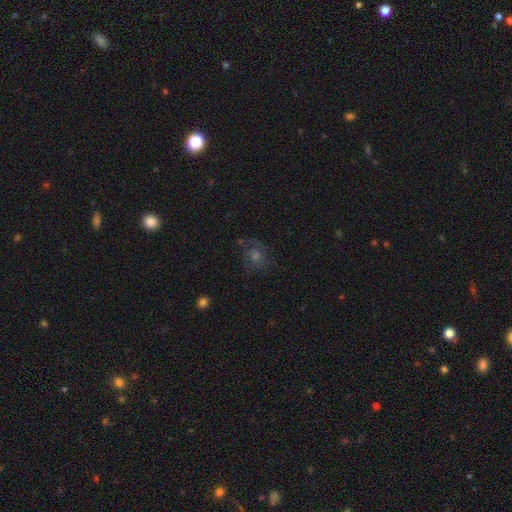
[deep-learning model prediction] A featured or disk galaxy (40%). Merging: none (72%).